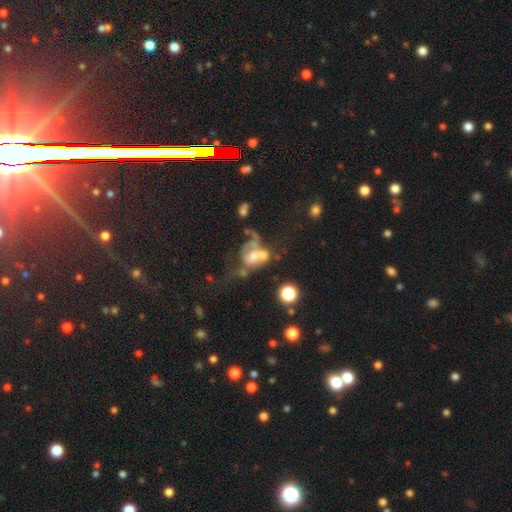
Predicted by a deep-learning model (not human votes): Morphology: type=featured or disk (49%); merging=merger (50%).